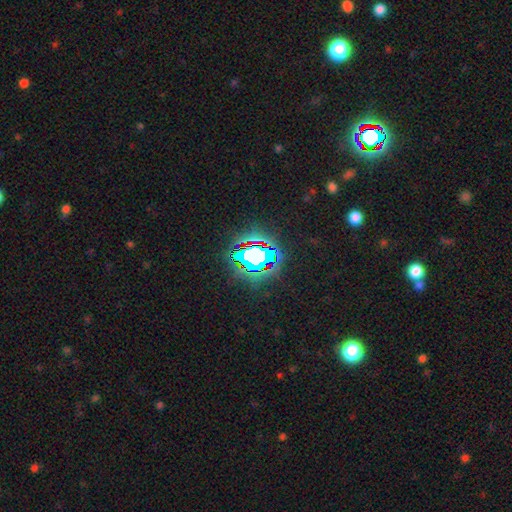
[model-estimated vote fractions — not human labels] star or artifact 59%, smooth 24%, featured or disk 17%.